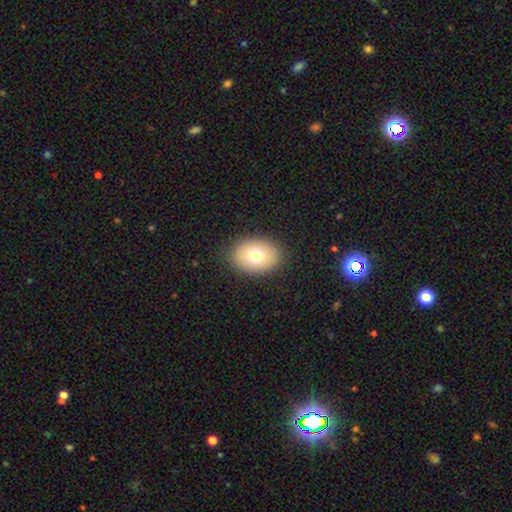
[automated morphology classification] Q: Smooth or featured?
A: smooth (73%); runner-up: featured or disk (17%)
Q: How rounded?
A: in between (70%); runner-up: round (29%)
Q: Merging?
A: none (88%); runner-up: minor disturbance (8%)